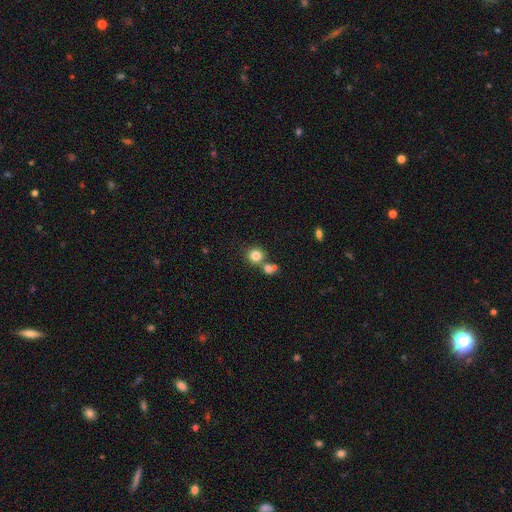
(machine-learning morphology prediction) Smooth or featured? smooth (81%)
How rounded? round (89%)
Merging? none (63%)